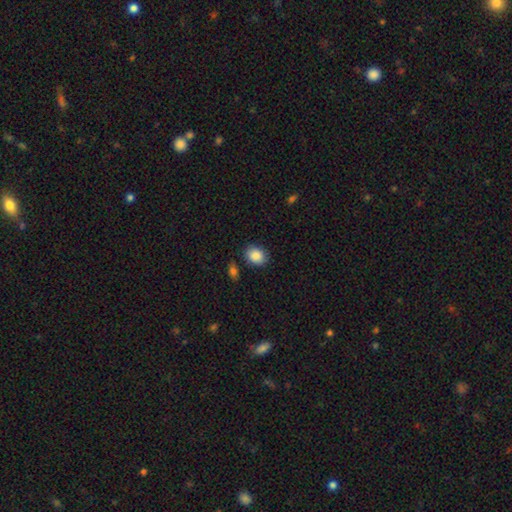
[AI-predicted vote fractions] This appears to be a smooth galaxy with no disk features (88%) that is in between round and cigar-shaped (59%). Merging: none (81%).